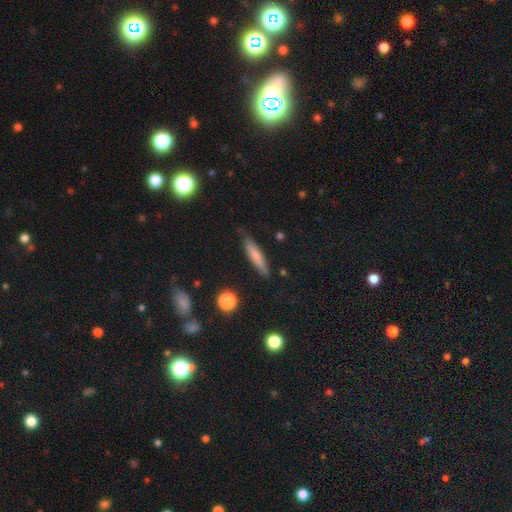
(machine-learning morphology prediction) A smooth galaxy with no disk features (73%) that is cigar-shaped (85%). Merging: none (82%).